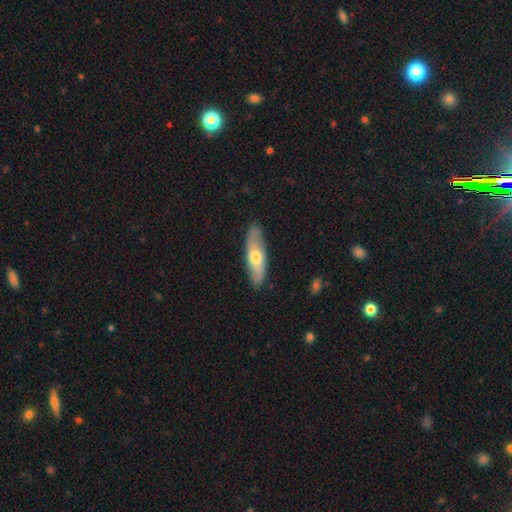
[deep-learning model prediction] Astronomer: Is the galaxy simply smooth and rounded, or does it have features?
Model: smooth — 50% (runner-up: featured or disk, 45%).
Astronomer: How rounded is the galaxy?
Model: cigar-shaped — 49% (runner-up: in between, 48%).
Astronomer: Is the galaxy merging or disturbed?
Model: none — 86%.